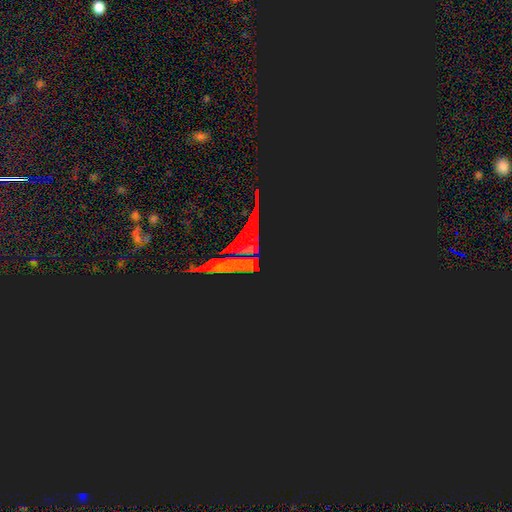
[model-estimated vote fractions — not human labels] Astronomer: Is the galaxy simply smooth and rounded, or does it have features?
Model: star or artifact — 81%.